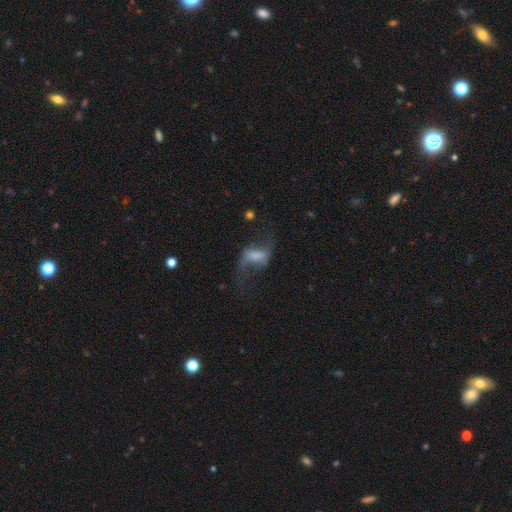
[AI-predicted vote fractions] Smooth or featured? Predicted: featured or disk (p=0.64). Edge-on disk? Predicted: no (p=0.94). Bar? Predicted: weak (p=0.41). Spiral arms? Predicted: yes (p=0.82). Bulge size? Predicted: none (p=0.32). Merging? Predicted: none (p=0.47).